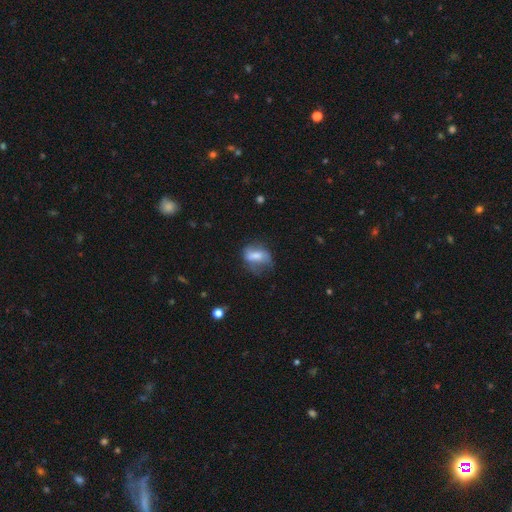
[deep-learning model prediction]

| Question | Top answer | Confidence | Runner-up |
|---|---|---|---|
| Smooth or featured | smooth | 54% | featured or disk (37%) |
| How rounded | in between | 73% | round (21%) |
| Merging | none | 43% | minor disturbance (30%) |